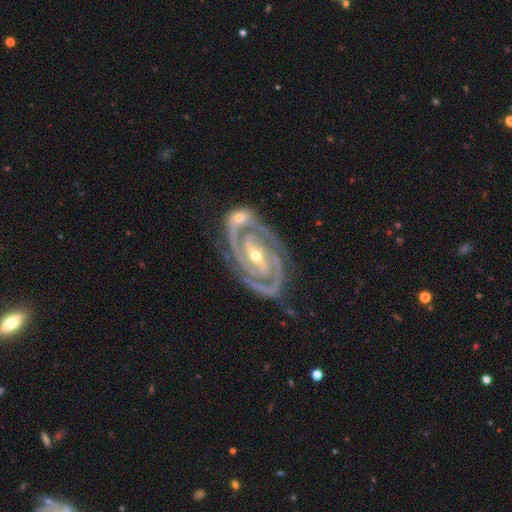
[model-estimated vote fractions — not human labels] smooth_or_featured: featured or disk (p=0.93) [alt: star or artifact p=0.04]
disk_edge_on: no (p=0.97) [alt: yes p=0.03]
bar: strong (p=0.45) [alt: weak p=0.30]
has_spiral_arms: yes (p=0.99) [alt: no p=0.01]
spiral_winding: tight (p=0.69) [alt: medium p=0.28]
spiral_arm_count: 2 (p=0.84) [alt: 3 p=0.08]
bulge_size: small (p=0.56) [alt: moderate p=0.42]
merging: none (p=0.65) [alt: merger p=0.16]